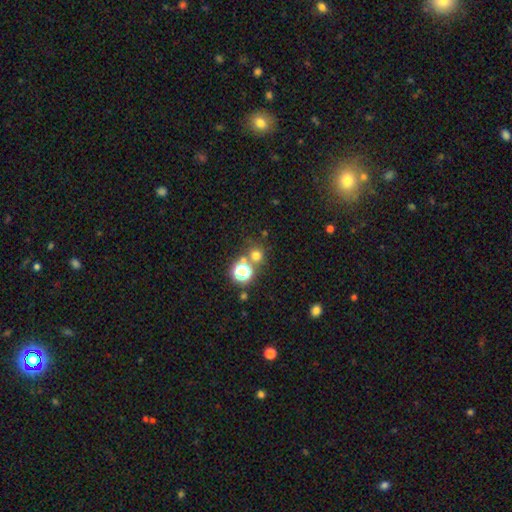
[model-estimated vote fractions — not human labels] smooth_or_featured: smooth (p=0.65) [alt: star or artifact p=0.27]
how_rounded: round (p=0.90) [alt: in between p=0.09]
merging: none (p=0.67) [alt: merger p=0.21]